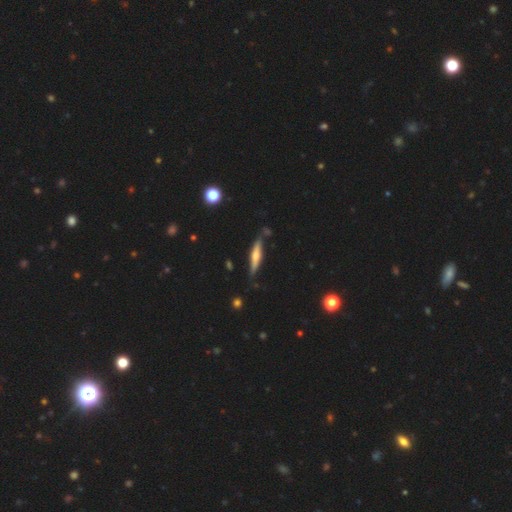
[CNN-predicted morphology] Overall: featured or disk (56%; smooth 37%). Edge-on disk: yes (93%). Edge-on bulge: rounded (78%). Merging: none (77%).